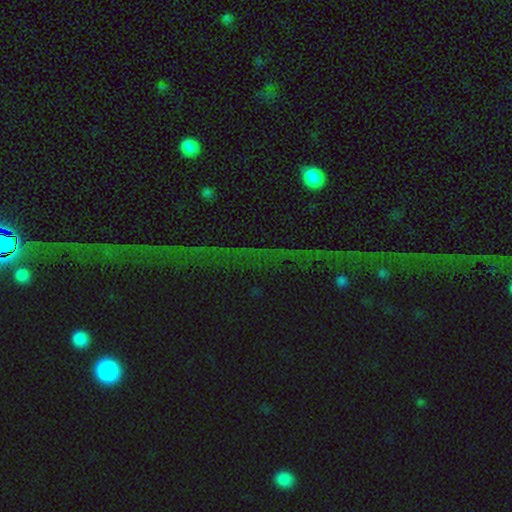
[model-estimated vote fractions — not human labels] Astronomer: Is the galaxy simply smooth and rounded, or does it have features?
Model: star or artifact — 76%.